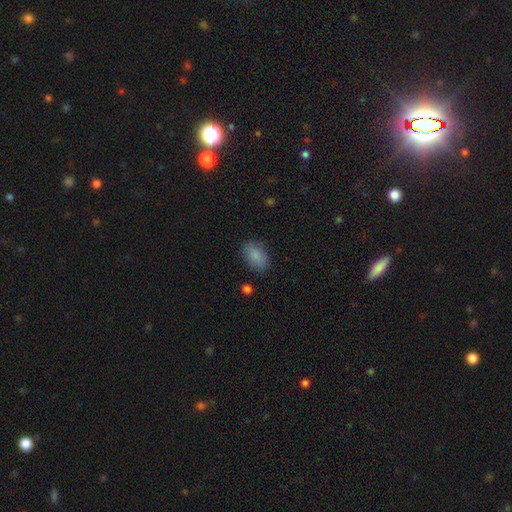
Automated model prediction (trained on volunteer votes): This appears to be a smooth galaxy with no disk features (87%) that is in between round and cigar-shaped (89%). Merging: none (83%).